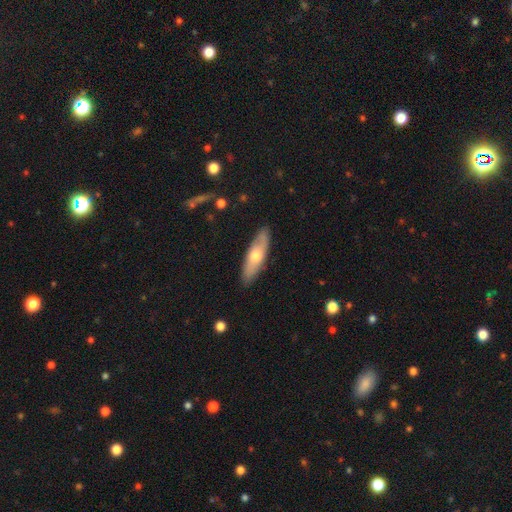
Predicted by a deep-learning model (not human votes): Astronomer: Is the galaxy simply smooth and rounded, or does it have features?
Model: smooth — 54% (runner-up: featured or disk, 40%).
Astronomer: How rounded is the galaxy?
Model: cigar-shaped — 53% (runner-up: in between, 45%).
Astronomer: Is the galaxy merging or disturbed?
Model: none — 87%.